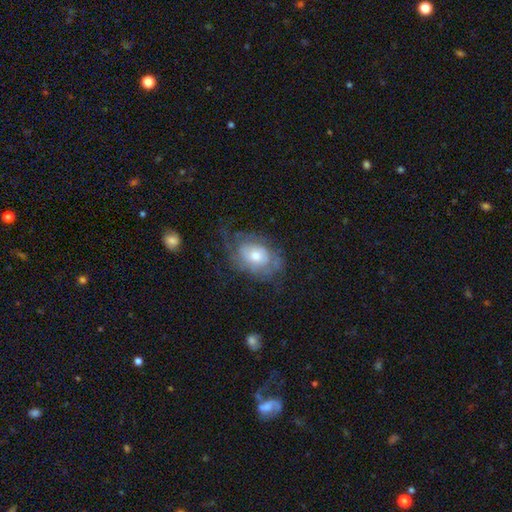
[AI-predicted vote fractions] The model was most divided on "merging": none: 53%, minor disturbance: 24%, major disturbance: 21%, merger: 2%. More confident: edge-on disk — no (95%); bar — no (79%); spiral arms — yes (72%); smooth or featured — featured or disk (64%); bulge size — moderate (61%).